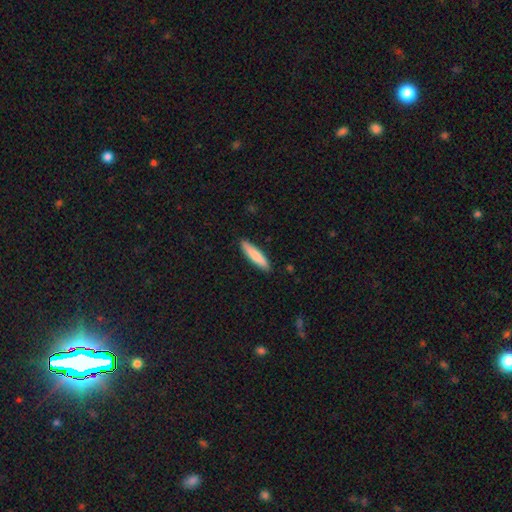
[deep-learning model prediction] The model was most divided on "how rounded": cigar-shaped: 82%, in between: 17%, round: 1%. More confident: merging — none (89%); smooth or featured — smooth (82%).